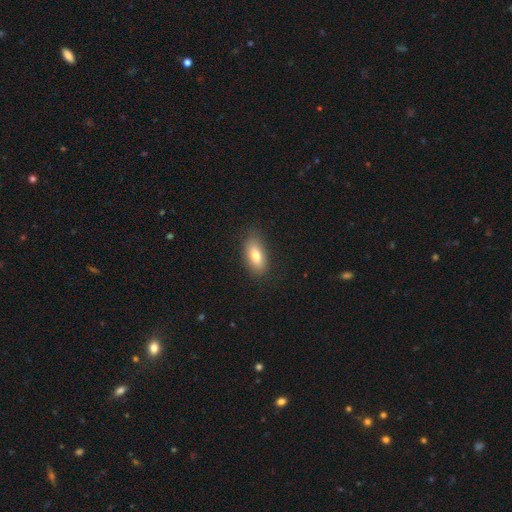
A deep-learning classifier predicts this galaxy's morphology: Smooth or featured?
  - smooth: 76% *
  - featured or disk: 16%
  - star or artifact: 8%
How rounded?
  - in between: 85% *
  - cigar-shaped: 10%
  - round: 5%
Merging?
  - none: 83% *
  - minor disturbance: 13%
  - major disturbance: 3%
  - merger: 1%